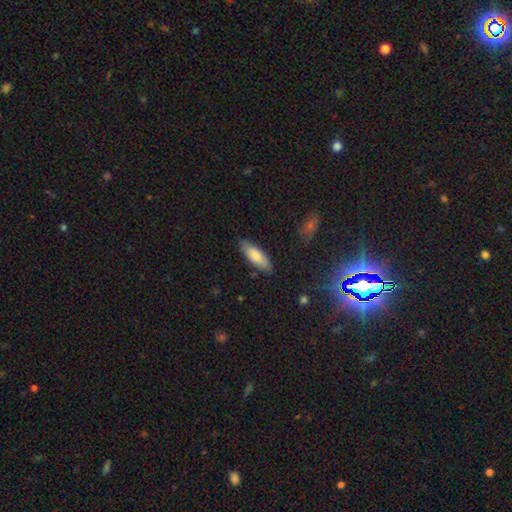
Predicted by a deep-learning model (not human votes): Smooth or featured? smooth (84%)
How rounded? in between (60%)
Merging? none (86%)